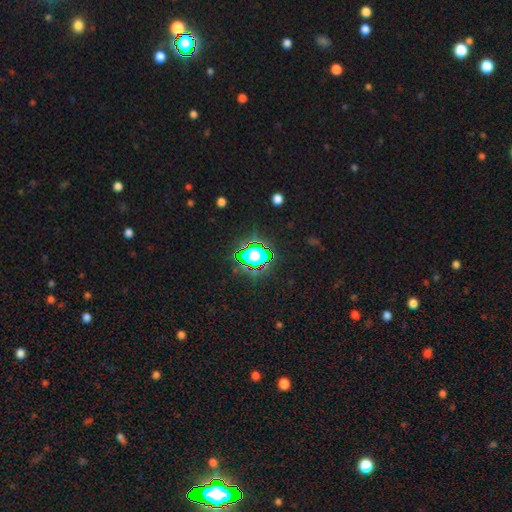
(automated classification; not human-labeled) This appears to be a star or artifact, not a galaxy (61%).